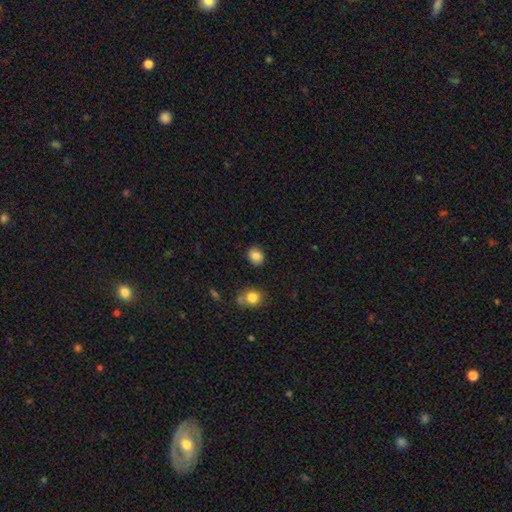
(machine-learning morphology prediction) Smooth or featured: smooth — 85% (star or artifact — 9%)
How rounded: round — 61% (in between — 38%)
Merging: none — 86% (minor disturbance — 9%)